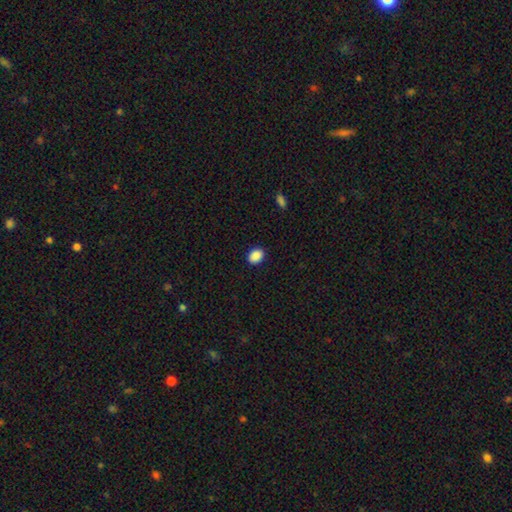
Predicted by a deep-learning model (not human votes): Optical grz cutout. It shows a smooth galaxy with no disk features (89%) that is in between round and cigar-shaped (66%). Merging: none (90%).